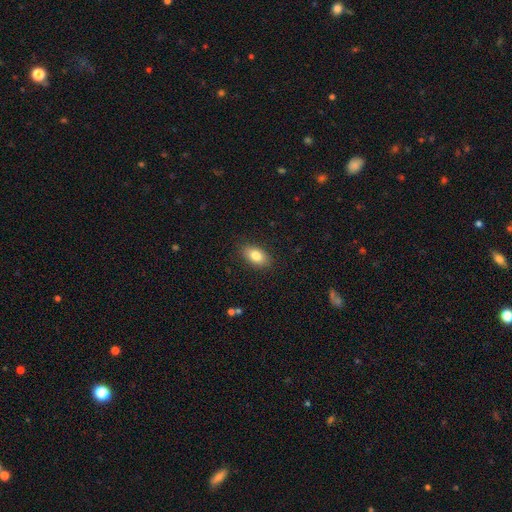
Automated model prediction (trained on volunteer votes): A smooth galaxy with no disk features (82%) that is in between round and cigar-shaped (90%). Merging: none (87%).